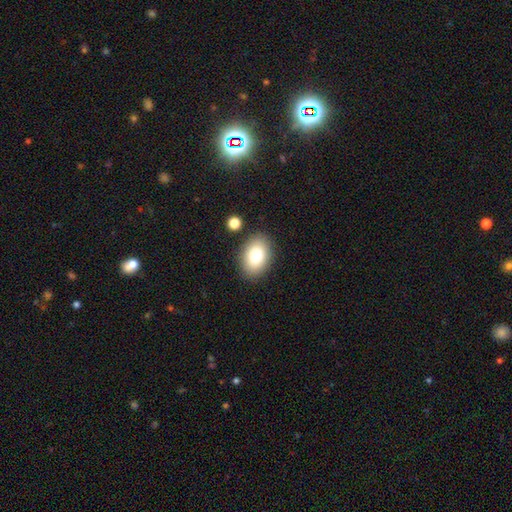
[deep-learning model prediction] Smooth or featured? smooth (81%)
How rounded? in between (85%)
Merging? none (86%)